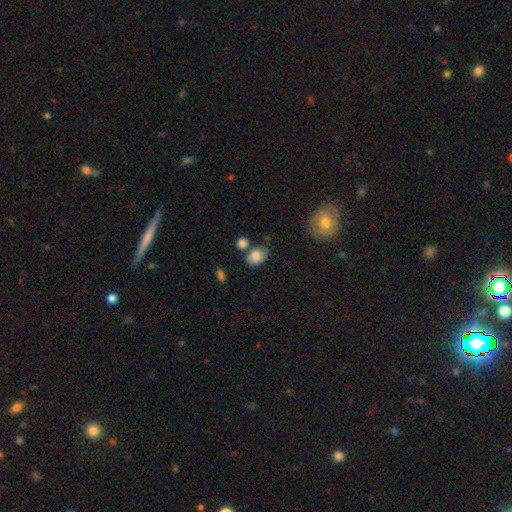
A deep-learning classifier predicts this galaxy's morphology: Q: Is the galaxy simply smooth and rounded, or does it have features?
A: smooth — 82%.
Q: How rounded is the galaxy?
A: in between — 68%.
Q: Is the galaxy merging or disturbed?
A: none — 58%.